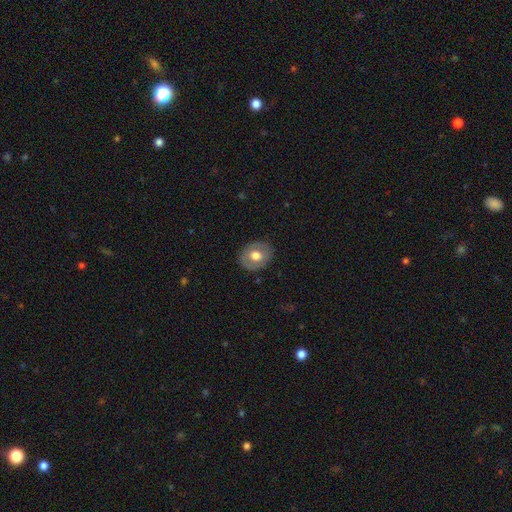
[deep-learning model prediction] A smooth galaxy with no disk features (59%) that is round (55%).

Vote fractions:
- Smooth or featured? smooth: 59% / featured or disk: 34% / star or artifact: 7%
- How rounded? round: 55% / in between: 44% / cigar-shaped: 1%
- Merging? none: 85% / minor disturbance: 11% / major disturbance: 3% / merger: 1%